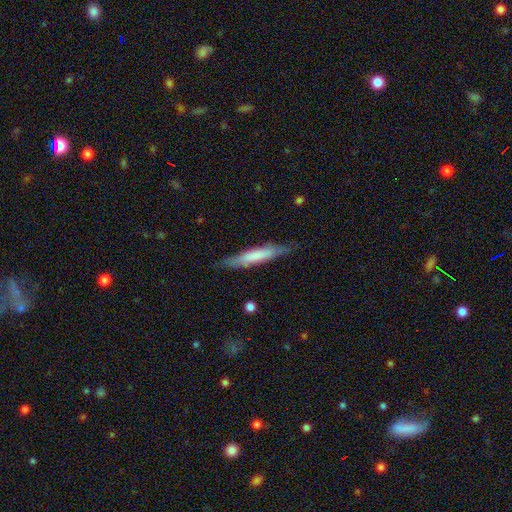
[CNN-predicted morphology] Overall: smooth (63%; featured or disk 31%). How rounded: cigar-shaped (90%). Merging: none (80%).